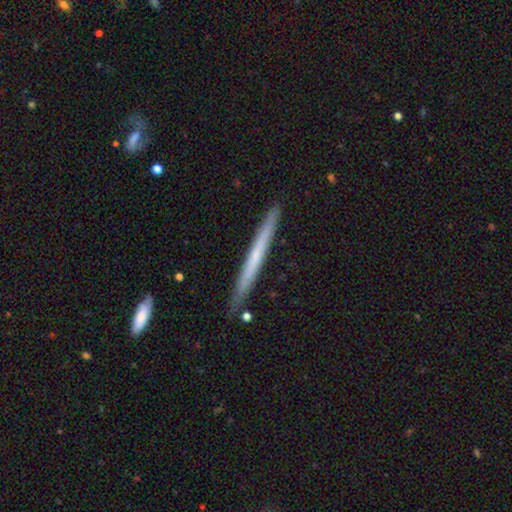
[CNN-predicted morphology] smooth_or_featured: smooth (p=0.48) [alt: featured or disk p=0.47]
merging: none (p=0.89) [alt: minor disturbance p=0.08]